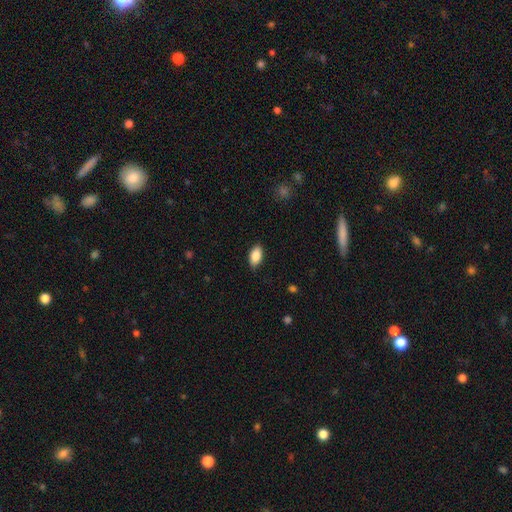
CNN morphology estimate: A smooth galaxy with no disk features (87%) that is in between round and cigar-shaped (92%). Merging: none (87%).